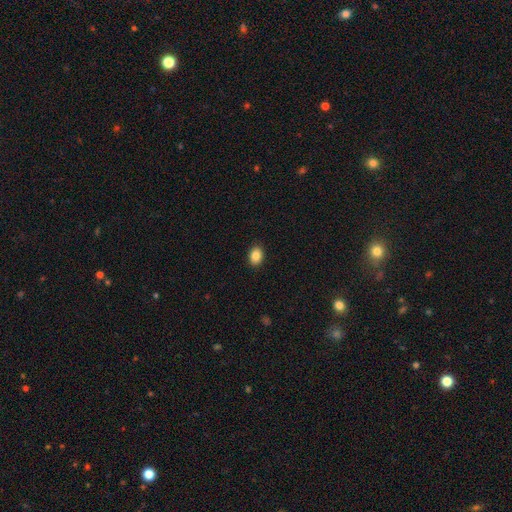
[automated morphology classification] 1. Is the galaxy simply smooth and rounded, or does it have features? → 86% smooth, 9% star or artifact, 6% featured or disk.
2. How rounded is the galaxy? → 73% in between, 26% round, 1% cigar-shaped.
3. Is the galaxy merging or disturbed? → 91% none, 7% minor disturbance, 2% major disturbance, 1% merger.